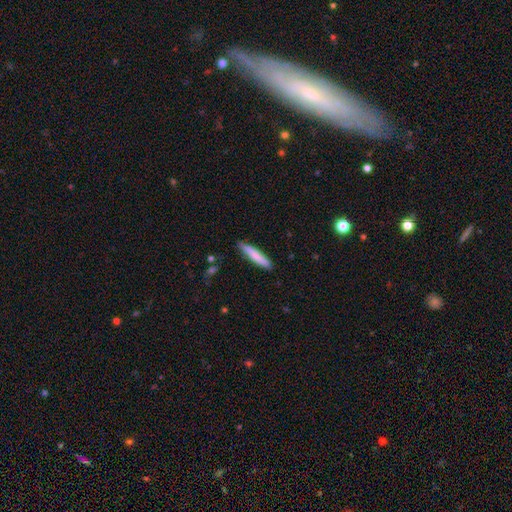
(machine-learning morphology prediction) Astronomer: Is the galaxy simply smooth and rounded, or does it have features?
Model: smooth — 79%.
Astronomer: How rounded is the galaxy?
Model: cigar-shaped — 91%.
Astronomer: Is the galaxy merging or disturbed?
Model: none — 86%.